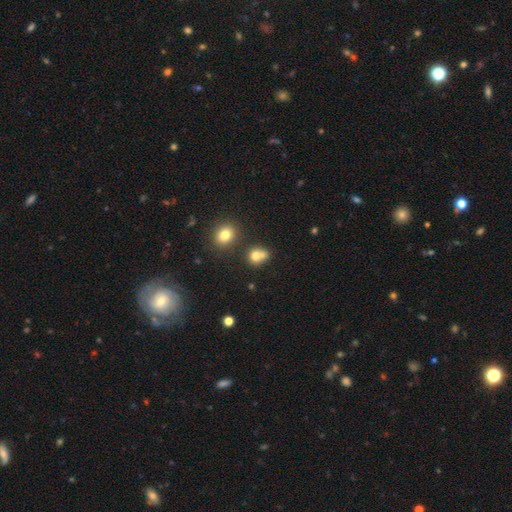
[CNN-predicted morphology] Smooth or featured: smooth — 75% (star or artifact — 13%)
How rounded: round — 71% (in between — 28%)
Merging: none — 43% (merger — 41%)